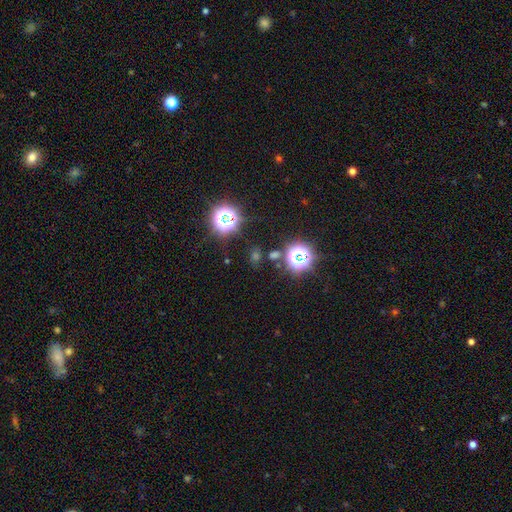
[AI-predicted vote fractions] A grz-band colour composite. It shows a star or artifact, not a galaxy (51%).